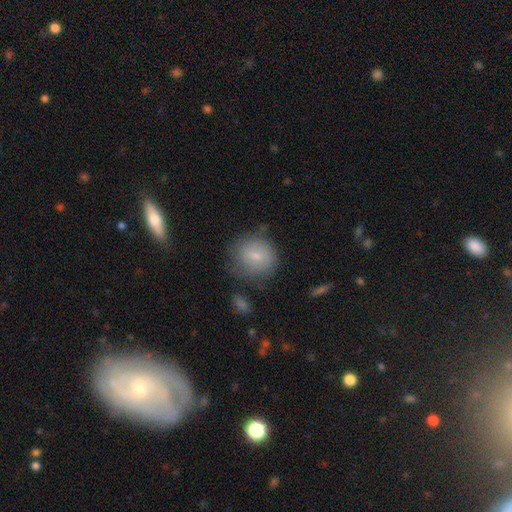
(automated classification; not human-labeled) A smooth galaxy with no disk features (71%) that is round (81%).

Vote fractions:
- Smooth or featured? smooth: 71% / featured or disk: 21% / star or artifact: 8%
- How rounded? round: 81% / in between: 17% / cigar-shaped: 1%
- Merging? none: 65% / minor disturbance: 22% / major disturbance: 9% / merger: 5%